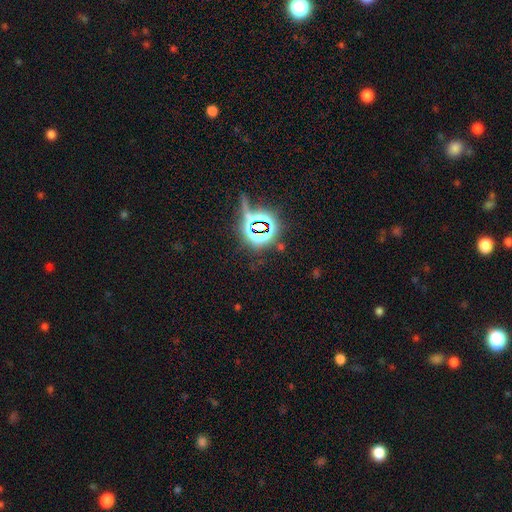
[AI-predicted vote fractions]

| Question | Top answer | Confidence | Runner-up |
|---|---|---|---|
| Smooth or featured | star or artifact | 82% | smooth (10%) |